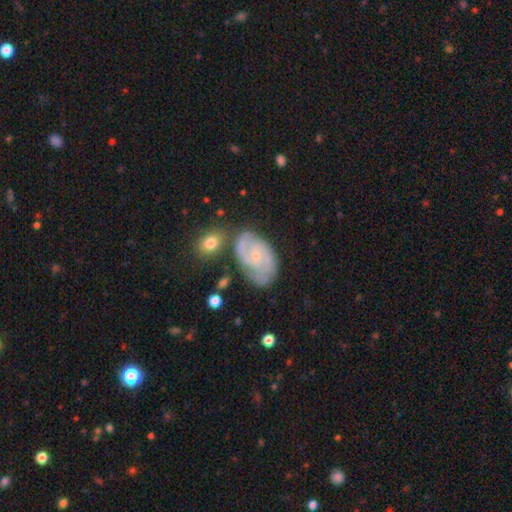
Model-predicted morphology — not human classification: featured or disk 82%, smooth 12%, star or artifact 6%. Down the decision tree: edge-on disk — no (97%); bar — no (59%); spiral arms — yes (94%); spiral arm count — 2 (63%); spiral winding — tight (49%); bulge size — small (74%); merging — none (65%).